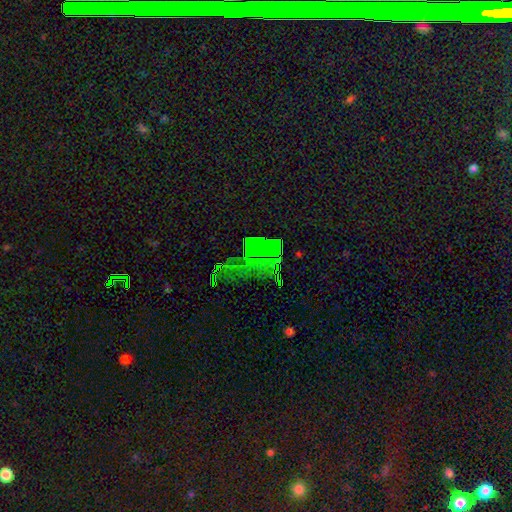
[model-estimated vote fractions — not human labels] Q: Smooth or featured?
A: star or artifact (60%); runner-up: smooth (22%)